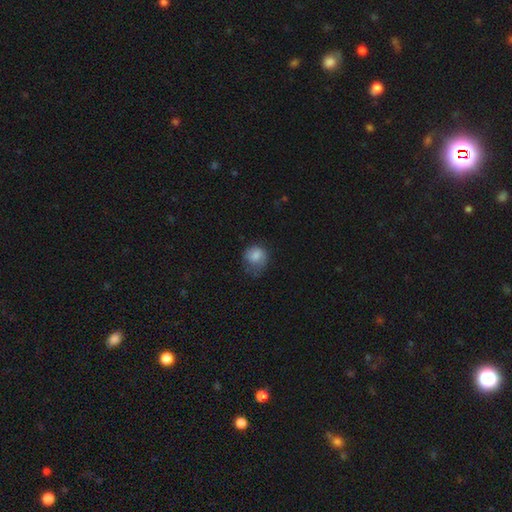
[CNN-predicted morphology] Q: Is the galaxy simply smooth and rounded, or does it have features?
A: smooth — 76%.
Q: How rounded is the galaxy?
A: round — 73%.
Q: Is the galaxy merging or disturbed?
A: none — 47%.